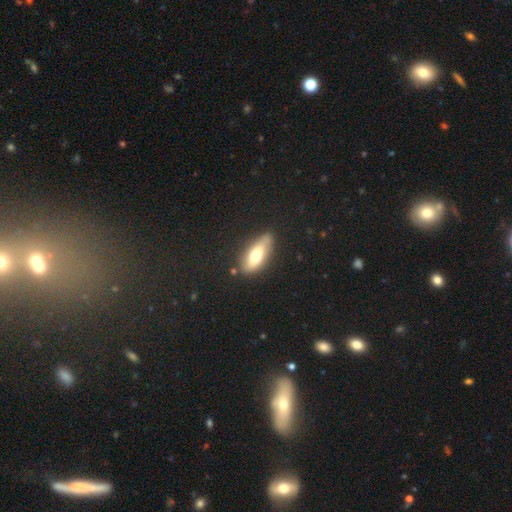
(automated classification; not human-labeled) Smooth or featured: smooth — 67% (featured or disk — 26%)
How rounded: in between — 74% (cigar-shaped — 23%)
Merging: none — 75% (minor disturbance — 17%)